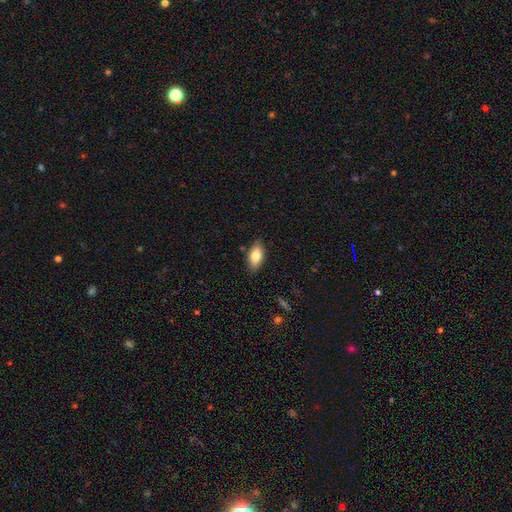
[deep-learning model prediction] Smooth or featured? smooth (80%)
How rounded? in between (90%)
Merging? none (84%)